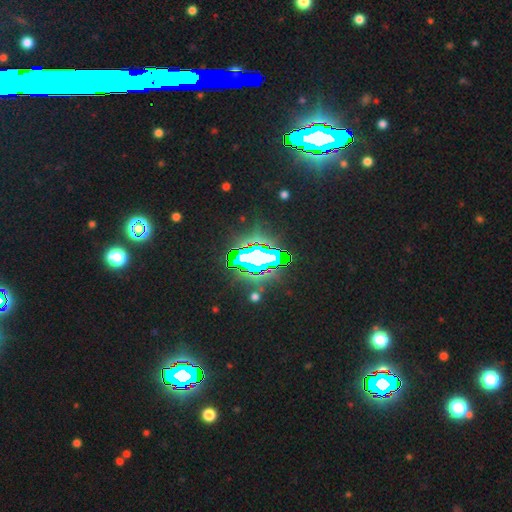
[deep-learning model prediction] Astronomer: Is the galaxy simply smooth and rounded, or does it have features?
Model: star or artifact — 83%.